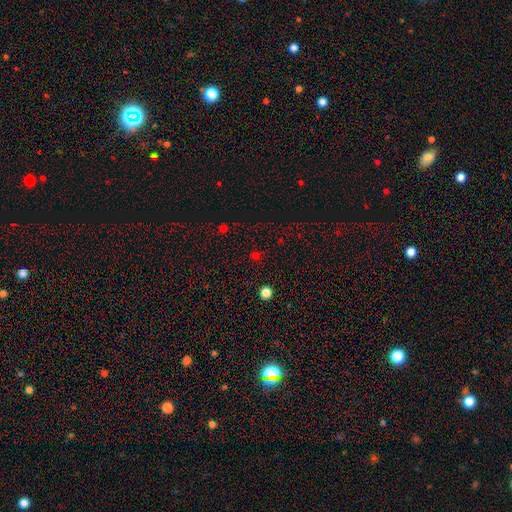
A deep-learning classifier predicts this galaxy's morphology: Smooth or featured: smooth — 50% (star or artifact — 45%)
Merging: none — 86% (minor disturbance — 7%)